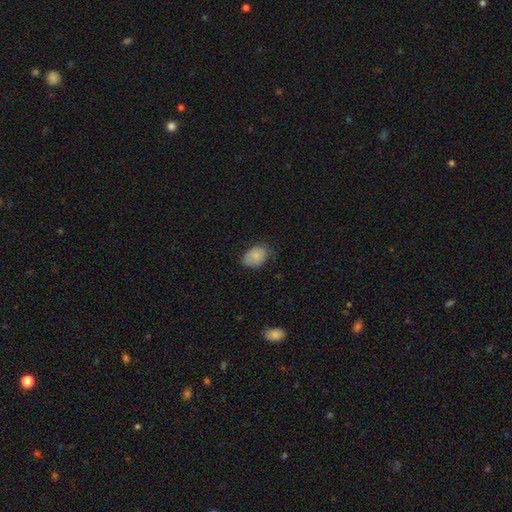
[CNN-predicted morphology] A smooth galaxy with no disk features (79%) that is in between round and cigar-shaped (80%). Merging: none (65%).